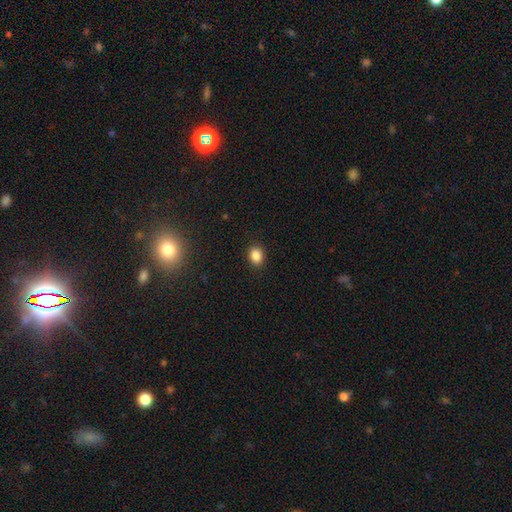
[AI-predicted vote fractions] Smooth or featured? Predicted: smooth (p=0.86). How rounded? Predicted: in between (p=0.51). Merging? Predicted: none (p=0.90).